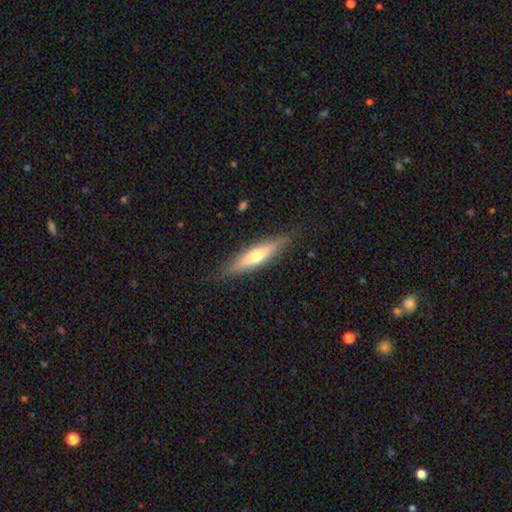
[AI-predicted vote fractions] The model was most divided on "smooth or featured": smooth: 48%, featured or disk: 46%, star or artifact: 6%. More confident: merging — none (84%).